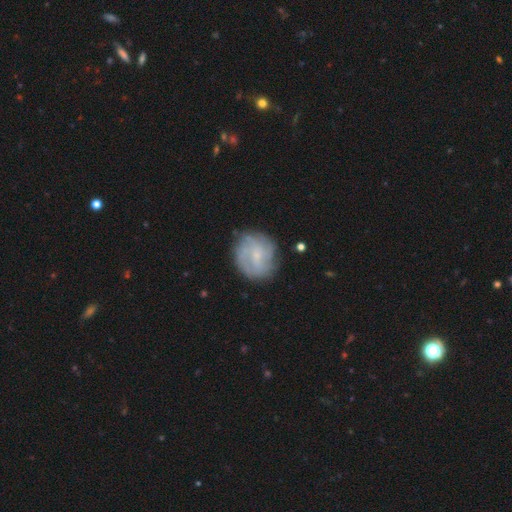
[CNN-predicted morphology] This is possibly a featured or disk galaxy (58%). It is clearly not viewed edge-on (97%). Bar: possibly no (53%). Spiral arm pattern: likely yes (74%). Central bulge: likely small (69%). Merging: likely none (75%).